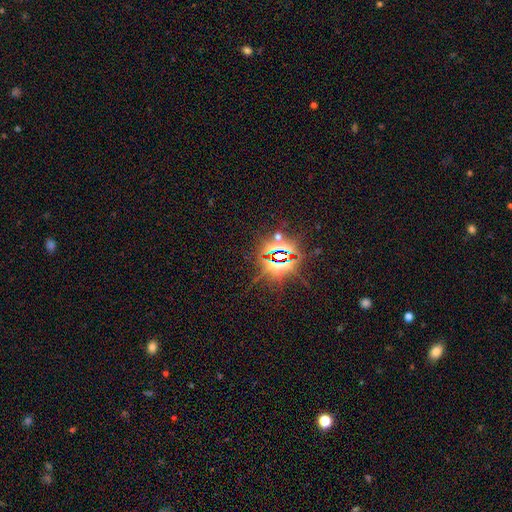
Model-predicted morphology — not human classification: The model was most divided on "smooth or featured": star or artifact: 84%, smooth: 8%, featured or disk: 7%.